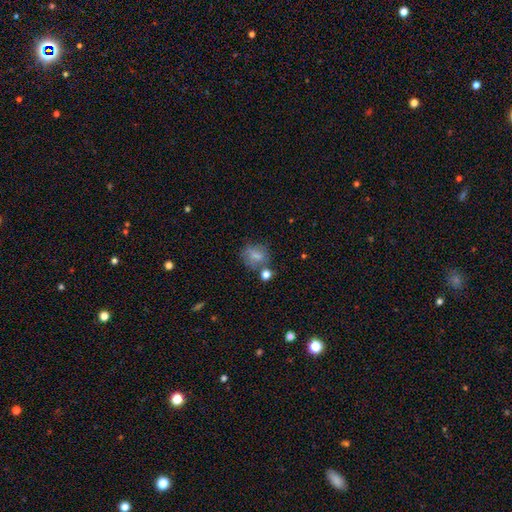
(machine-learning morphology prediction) Smooth or featured? Predicted: smooth (p=0.74). How rounded? Predicted: round (p=0.58). Merging? Predicted: none (p=0.53).